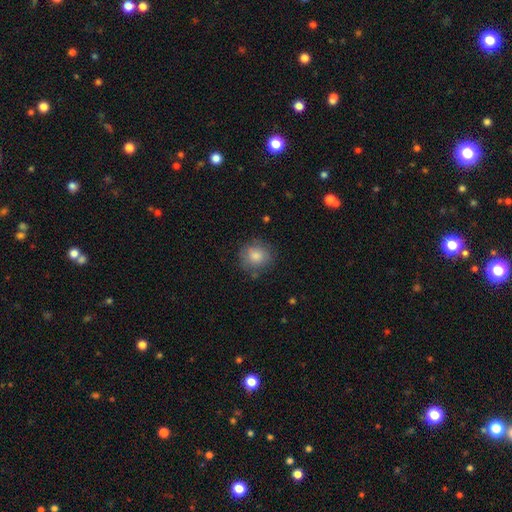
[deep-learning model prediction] Q: Smooth or featured?
A: smooth (79%); runner-up: featured or disk (12%)
Q: How rounded?
A: round (86%); runner-up: in between (13%)
Q: Merging?
A: none (78%); runner-up: minor disturbance (16%)